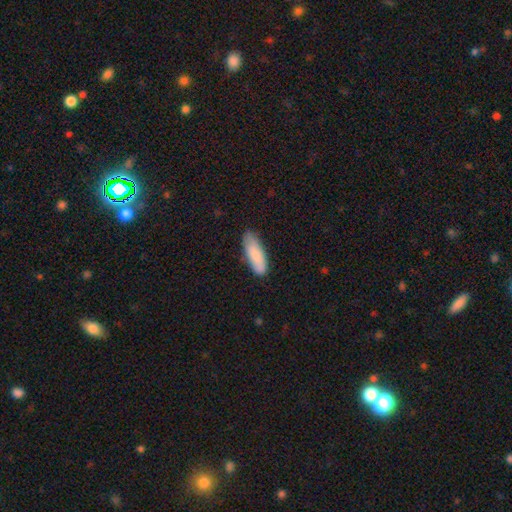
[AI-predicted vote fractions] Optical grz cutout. It shows a smooth galaxy with no disk features (85%) that is in between round and cigar-shaped (60%). Merging: none (78%).